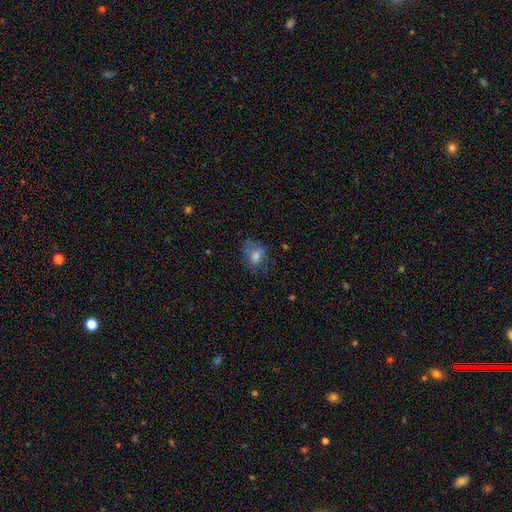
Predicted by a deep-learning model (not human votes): Q: Smooth or featured?
A: smooth (60%); runner-up: featured or disk (28%)
Q: How rounded?
A: in between (64%); runner-up: round (35%)
Q: Merging?
A: none (50%); runner-up: minor disturbance (25%)